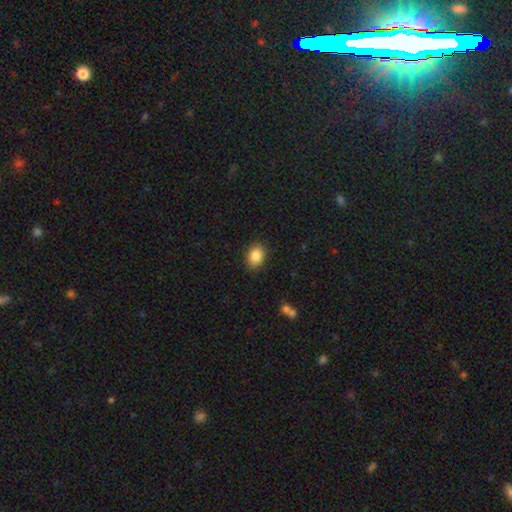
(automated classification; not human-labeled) smooth 87%, star or artifact 8%, featured or disk 5%. Down the decision tree: how rounded — in between (63%); merging — none (87%).